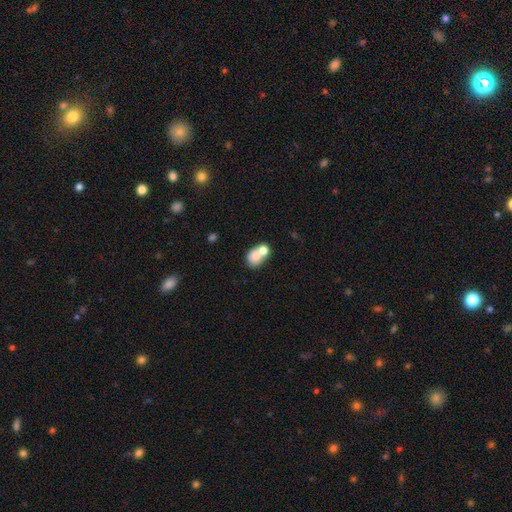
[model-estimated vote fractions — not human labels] Smooth or featured: smooth — 74% (featured or disk — 17%)
How rounded: round — 51% (in between — 47%)
Merging: merger — 56% (none — 31%)